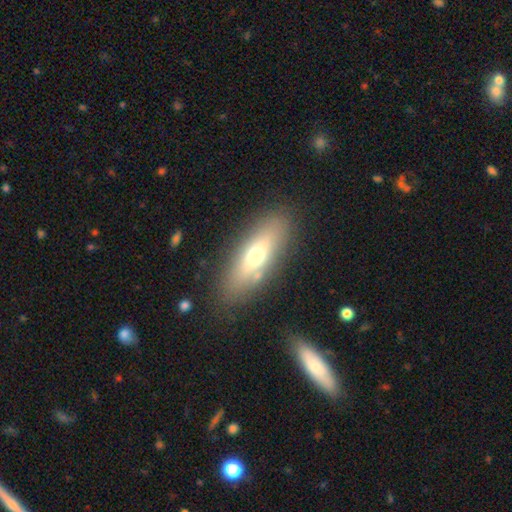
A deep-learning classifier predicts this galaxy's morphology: Q: Smooth or featured?
A: smooth (56%); runner-up: featured or disk (36%)
Q: How rounded?
A: in between (53%); runner-up: cigar-shaped (44%)
Q: Merging?
A: none (80%); runner-up: minor disturbance (12%)